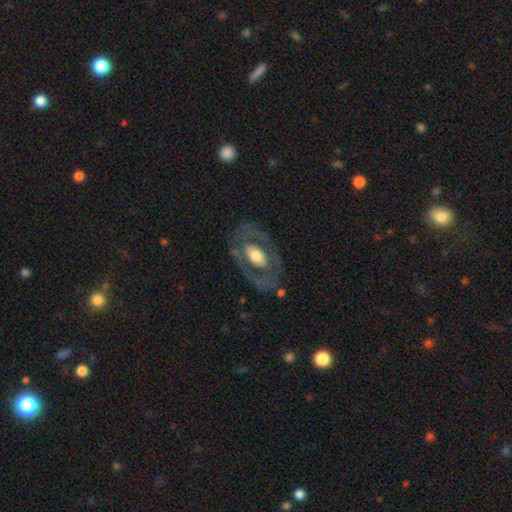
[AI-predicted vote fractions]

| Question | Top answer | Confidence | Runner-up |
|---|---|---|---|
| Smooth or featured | featured or disk | 60% | smooth (35%) |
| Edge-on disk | no | 91% | yes (9%) |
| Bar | no | 66% | weak (21%) |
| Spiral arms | no | 71% | yes (29%) |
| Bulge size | moderate | 48% | large (36%) |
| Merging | none | 70% | minor disturbance (15%) |